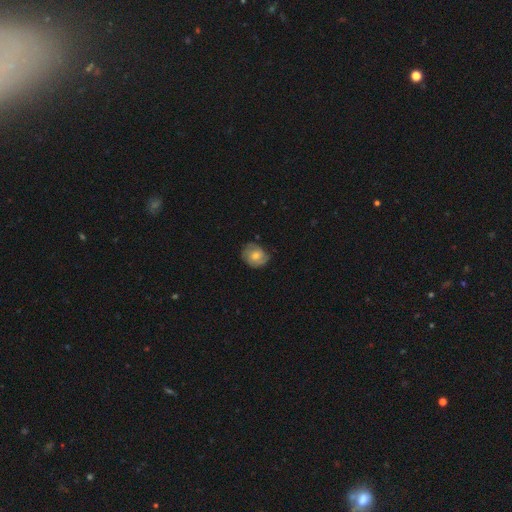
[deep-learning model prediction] Morphology: type=featured or disk (50%); merging=none (69%).